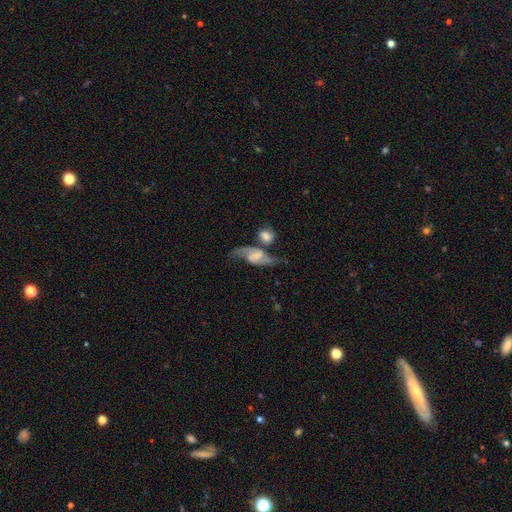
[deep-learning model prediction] A featured or disk galaxy (82%) with a weak bar (48%), 2 (92%) loose (58%) spiral arms (95%) and a small central bulge (42%).

Vote fractions:
- Smooth or featured? featured or disk: 82% / smooth: 12% / star or artifact: 6%
- Edge-on disk? no: 94% / yes: 6%
- Bar? weak: 48% / no: 33% / strong: 19%
- Spiral arms? yes: 95% / no: 5%
- Spiral winding? loose: 58% / medium: 33% / tight: 9%
- Spiral arm count? 2: 92% / can't tell: 3% / 1: 2% / 3: 1% / 4: 1% / more than 4: 1%
- Bulge size? small: 42% / moderate: 27% / none: 22% / large: 7% / dominant: 2%
- Merging? none: 45% / merger: 29% / minor disturbance: 16% / major disturbance: 10%